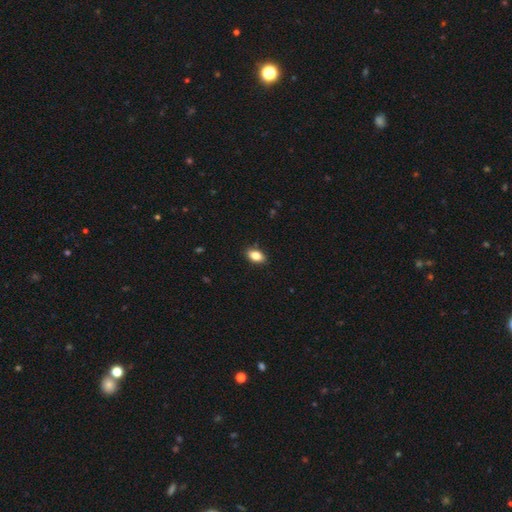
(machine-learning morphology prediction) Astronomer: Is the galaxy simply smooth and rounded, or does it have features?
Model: smooth — 84%.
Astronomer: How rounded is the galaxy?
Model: in between — 89%.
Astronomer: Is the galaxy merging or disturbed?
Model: none — 87%.